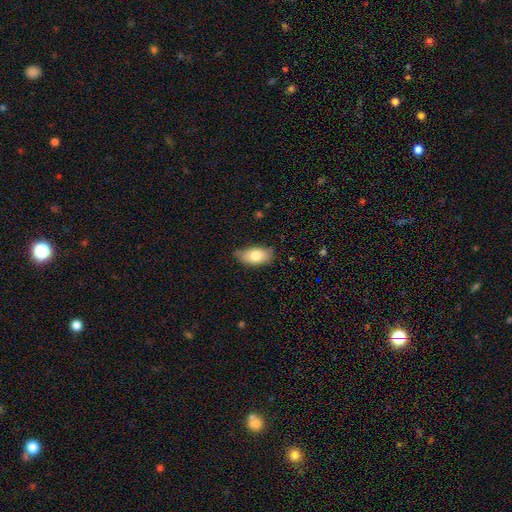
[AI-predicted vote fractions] Smooth or featured?
  - smooth: 78% *
  - featured or disk: 15%
  - star or artifact: 7%
How rounded?
  - in between: 91% *
  - round: 5%
  - cigar-shaped: 4%
Merging?
  - none: 68% *
  - minor disturbance: 26%
  - major disturbance: 4%
  - merger: 1%